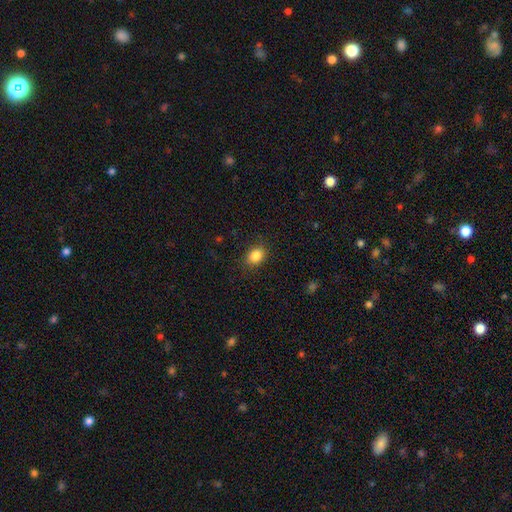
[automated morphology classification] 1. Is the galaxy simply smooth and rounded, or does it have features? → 86% smooth, 10% star or artifact, 5% featured or disk.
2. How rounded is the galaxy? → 67% in between, 31% round, 1% cigar-shaped.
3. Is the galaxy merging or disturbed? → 85% none, 10% minor disturbance, 3% major disturbance, 1% merger.